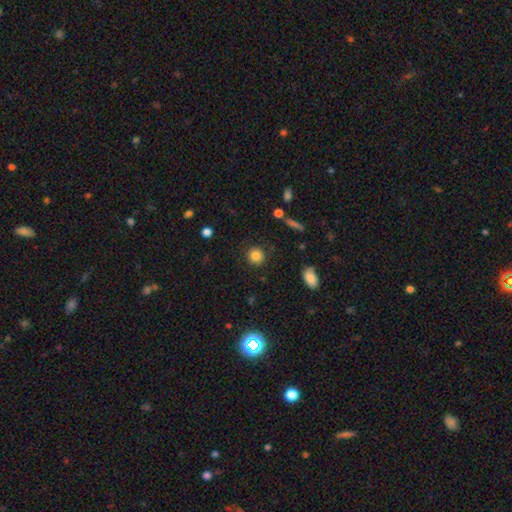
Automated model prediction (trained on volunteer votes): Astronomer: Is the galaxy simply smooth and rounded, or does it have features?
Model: smooth — 83%.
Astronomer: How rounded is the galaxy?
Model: round — 89%.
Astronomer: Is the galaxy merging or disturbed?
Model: none — 89%.